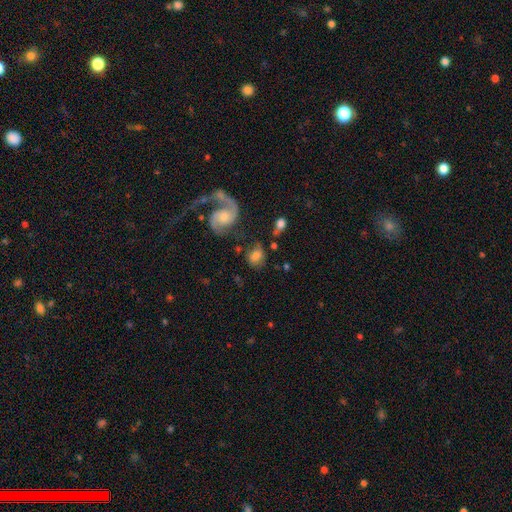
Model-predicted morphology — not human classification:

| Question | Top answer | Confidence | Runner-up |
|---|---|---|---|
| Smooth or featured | smooth | 57% | featured or disk (34%) |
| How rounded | round | 50% | in between (49%) |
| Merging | none | 59% | minor disturbance (18%) |